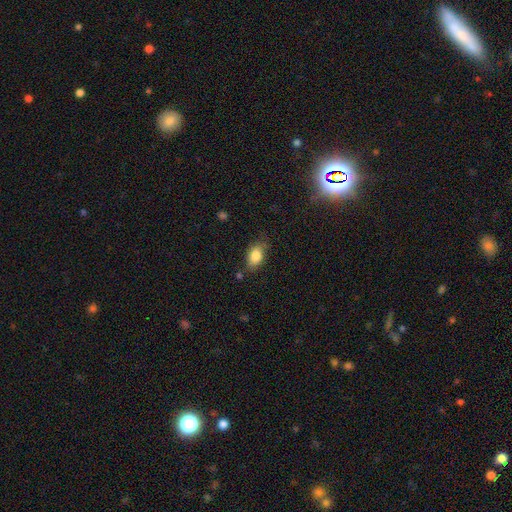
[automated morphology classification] This appears to be a smooth galaxy with no disk features (83%) that is in between round and cigar-shaped (87%). Merging: none (68%).